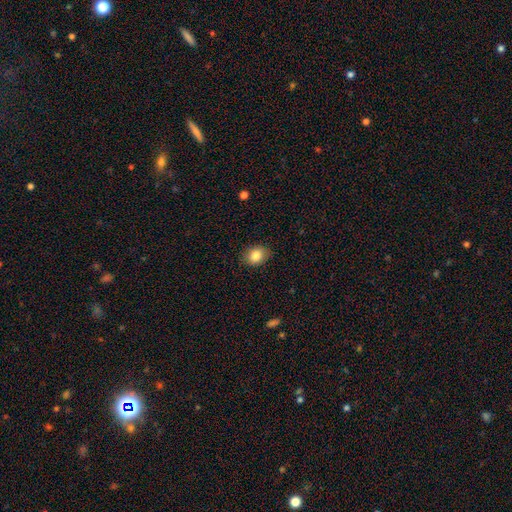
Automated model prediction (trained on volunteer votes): smooth 84%, star or artifact 9%, featured or disk 7%. Down the decision tree: how rounded — in between (62%); merging — none (85%).